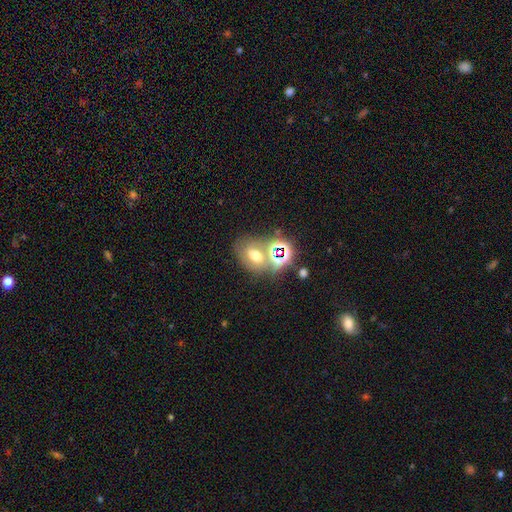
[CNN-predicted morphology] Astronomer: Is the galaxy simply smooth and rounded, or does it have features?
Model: smooth — 45% (runner-up: star or artifact, 32%).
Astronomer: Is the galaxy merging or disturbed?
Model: none — 51% (runner-up: merger, 29%).